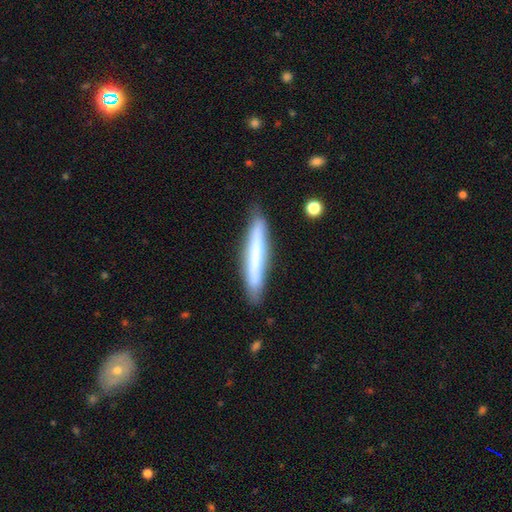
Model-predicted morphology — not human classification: The model was most divided on "smooth or featured": smooth: 59%, featured or disk: 34%, star or artifact: 6%. More confident: how rounded — cigar-shaped (93%); merging — none (85%).